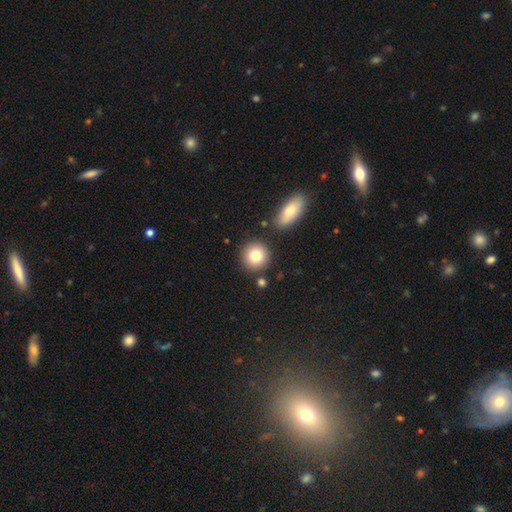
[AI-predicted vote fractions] This is clearly a smooth galaxy (82%). How rounded: clearly round (90%). Merging: clearly none (81%).